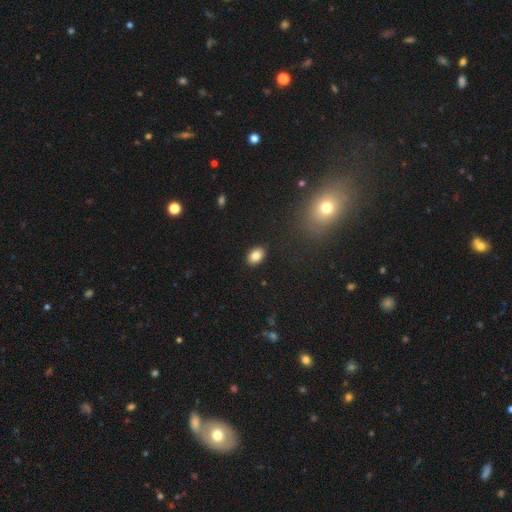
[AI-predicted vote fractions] A smooth galaxy with no disk features (84%) that is in between round and cigar-shaped (82%). Merging: none (89%).